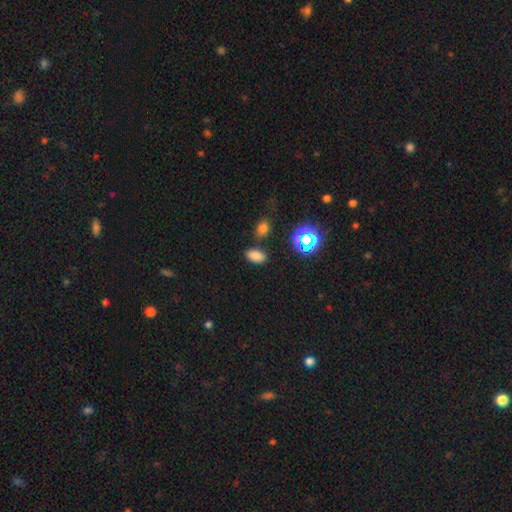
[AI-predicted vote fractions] smooth-or-featured: smooth: 77% | star or artifact: 18% | featured or disk: 5%
  how-rounded: in between: 90% | round: 8% | cigar-shaped: 3%
  merging: none: 81% | minor disturbance: 10% | merger: 6% | major disturbance: 3%